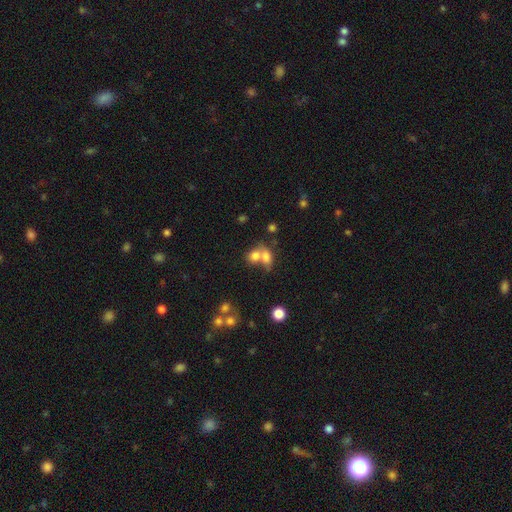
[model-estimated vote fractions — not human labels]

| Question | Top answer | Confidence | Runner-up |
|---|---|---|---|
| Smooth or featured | smooth | 74% | featured or disk (14%) |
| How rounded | in between | 62% | round (36%) |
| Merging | merger | 60% | none (27%) |